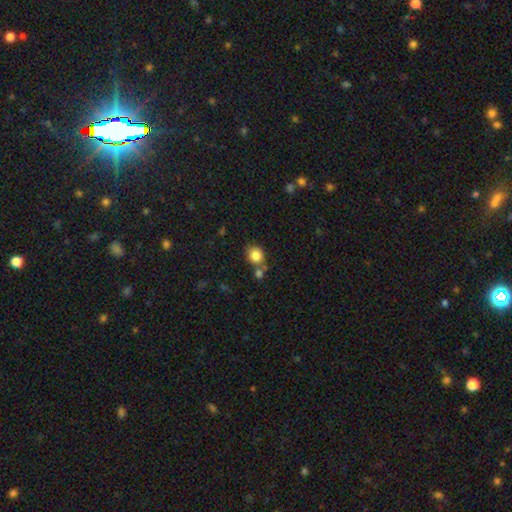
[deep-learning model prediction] Overall: smooth (83%). How rounded: round (79%). Merging: none (61%; merger 23%).